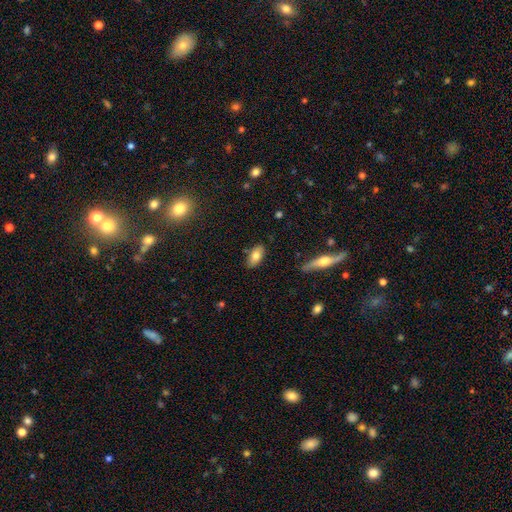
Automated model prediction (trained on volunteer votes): Smooth or featured: smooth — 78% (featured or disk — 15%)
How rounded: in between — 89% (cigar-shaped — 9%)
Merging: none — 83% (minor disturbance — 12%)